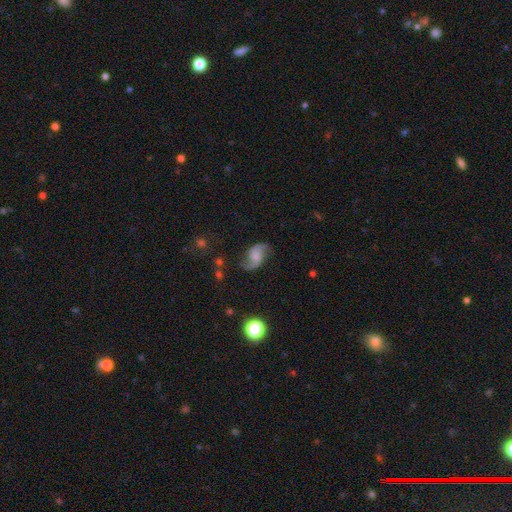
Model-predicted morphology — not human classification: Overall: featured or disk (81%). Edge-on disk: no (98%). Bar: no (56%; weak 35%). Spiral arms: yes (96%). Spiral arm count: 2 (93%). Spiral winding: loose (69%). Bulge size: none (47%; small 19%). Merging: none (74%).